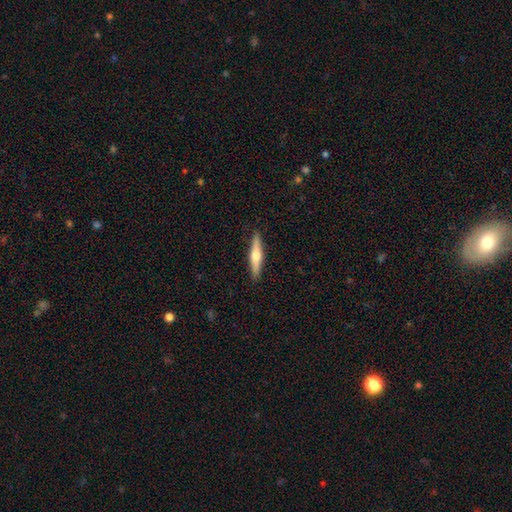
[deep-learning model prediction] Smooth or featured?
  - featured or disk: 56% *
  - smooth: 38%
  - star or artifact: 5%
Edge-on disk?
  - yes: 97% *
  - no: 3%
Edge-on bulge?
  - rounded: 91% *
  - boxy: 5%
  - none: 4%
Merging?
  - none: 91% *
  - minor disturbance: 7%
  - major disturbance: 1%
  - merger: 1%